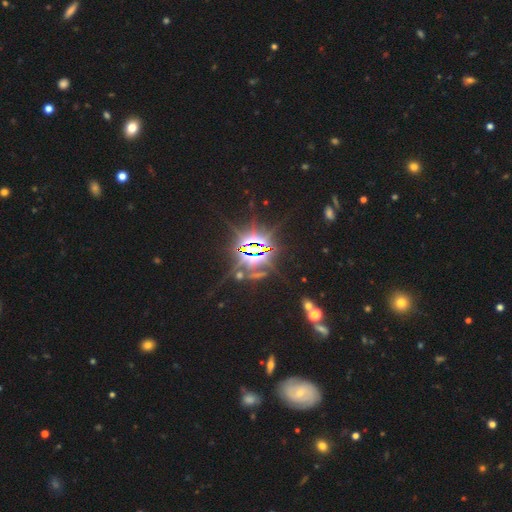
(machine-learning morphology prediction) Smooth or featured? Predicted: star or artifact (p=0.84).